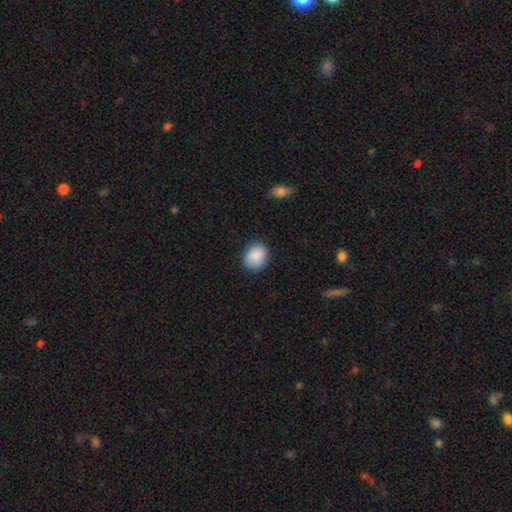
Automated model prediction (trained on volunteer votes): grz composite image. It shows a smooth galaxy with no disk features (88%) that is round (61%). Merging: none (82%).